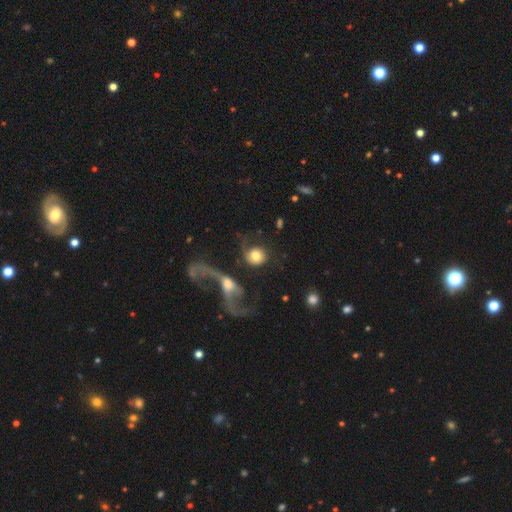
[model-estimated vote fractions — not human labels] smooth 60%, featured or disk 33%, star or artifact 8%. Down the decision tree: how rounded — round (86%); merging — none (36%).